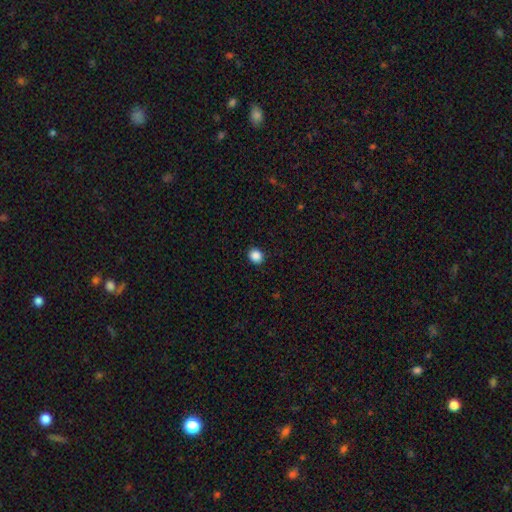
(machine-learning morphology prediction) Smooth or featured? smooth (87%)
How rounded? round (73%)
Merging? none (91%)